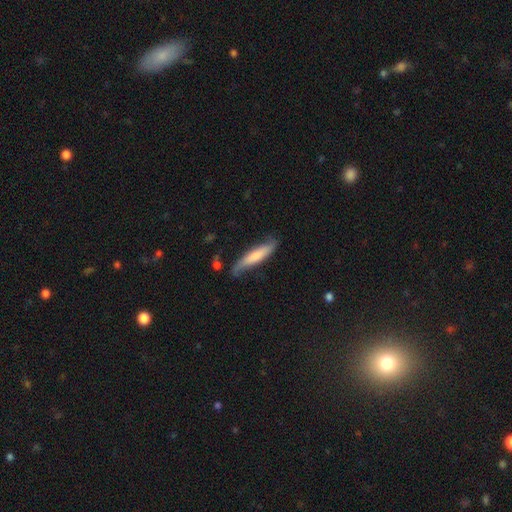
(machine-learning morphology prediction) Smooth or featured: smooth — 61% (featured or disk — 34%)
How rounded: cigar-shaped — 84% (in between — 15%)
Merging: none — 62% (minor disturbance — 27%)